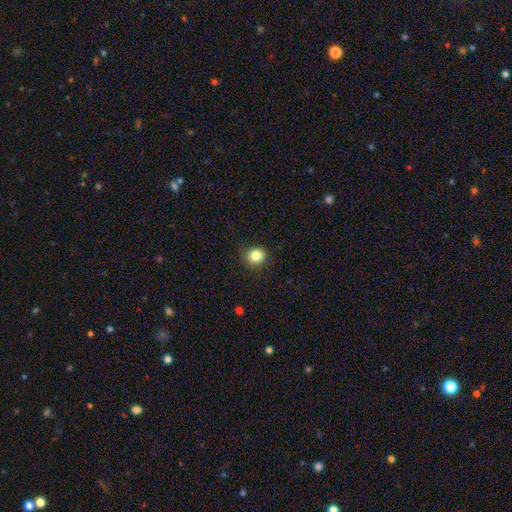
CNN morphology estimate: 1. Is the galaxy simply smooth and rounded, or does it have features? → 84% smooth, 11% star or artifact, 5% featured or disk.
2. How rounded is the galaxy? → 88% round, 11% in between, 1% cigar-shaped.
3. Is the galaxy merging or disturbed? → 86% none, 10% minor disturbance, 3% major disturbance, 1% merger.